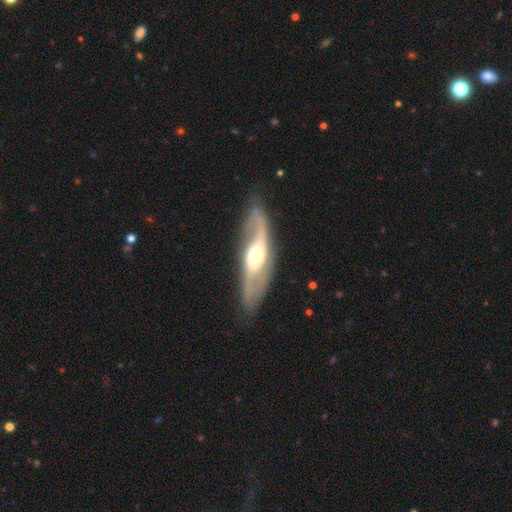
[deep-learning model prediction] smooth-or-featured: featured or disk: 78% | smooth: 17% | star or artifact: 5%
  disk-edge-on: no: 80% | yes: 20%
    bar: no: 50% | weak: 32% | strong: 18%
    has-spiral-arms: yes: 88% | no: 12%
      spiral-winding: loose: 53% | medium: 34% | tight: 12%
      spiral-arm-count: 2: 85% | can't tell: 7% | 1: 5% | 3: 1% | 4: 1% | more than 4: 1%
    bulge-size: moderate: 64% | large: 17% | small: 15% | dominant: 2% | none: 1%
  merging: none: 75% | minor disturbance: 15% | major disturbance: 7% | merger: 2%